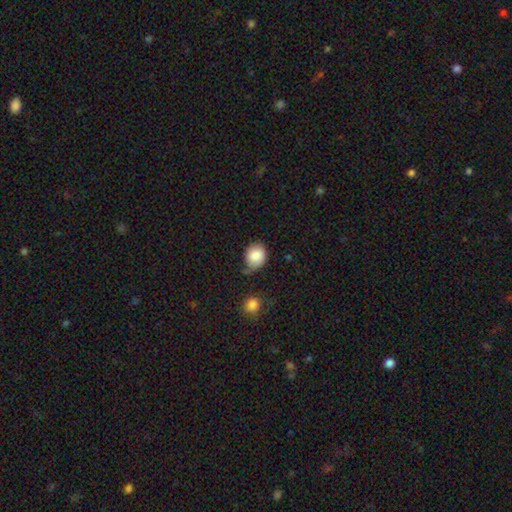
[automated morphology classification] type=smooth (86%); roundness=round (61%); merging=none (54%).